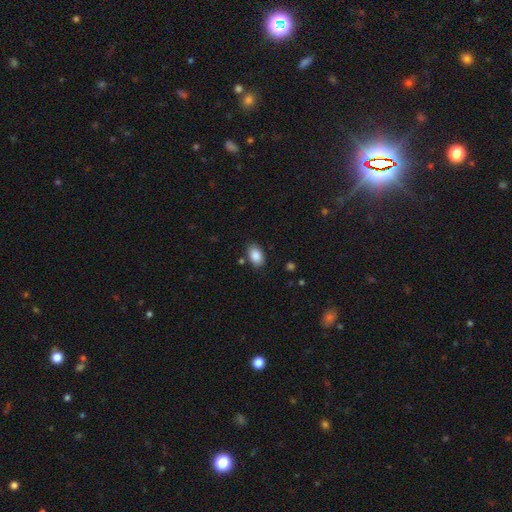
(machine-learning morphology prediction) smooth 88%, star or artifact 7%, featured or disk 5%. Down the decision tree: how rounded — in between (90%); merging — none (83%).